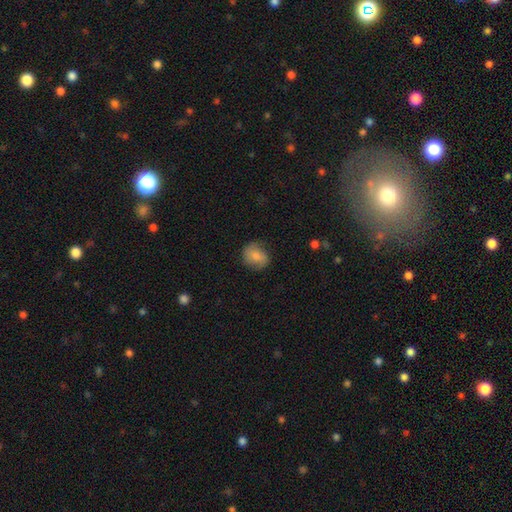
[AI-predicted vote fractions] This is likely a smooth galaxy (73%). How rounded: likely round (71%). Merging: likely none (74%).